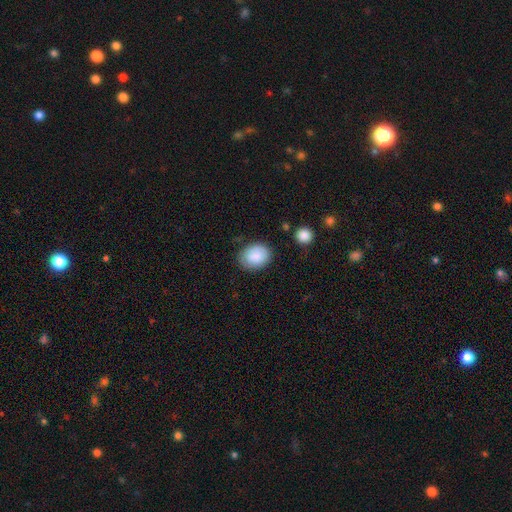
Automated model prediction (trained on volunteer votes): A smooth galaxy with no disk features (86%) that is in between round and cigar-shaped (56%). Merging: none (79%).